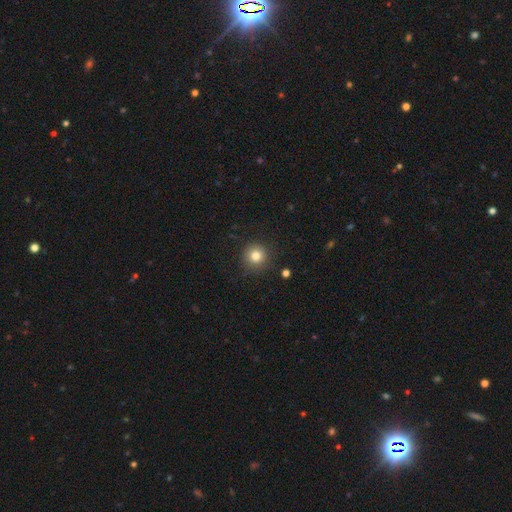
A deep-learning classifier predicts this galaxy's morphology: Smooth or featured? smooth (81%)
How rounded? round (94%)
Merging? none (88%)